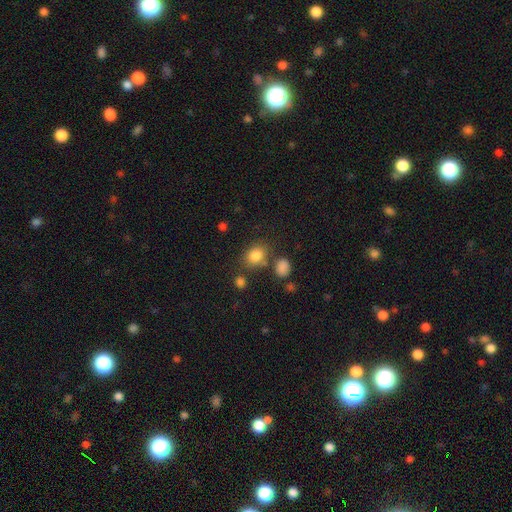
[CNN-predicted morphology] smooth-or-featured: smooth: 82% | star or artifact: 12% | featured or disk: 7%
  how-rounded: in between: 51% | round: 48% | cigar-shaped: 1%
  merging: none: 70% | minor disturbance: 14% | merger: 11% | major disturbance: 5%